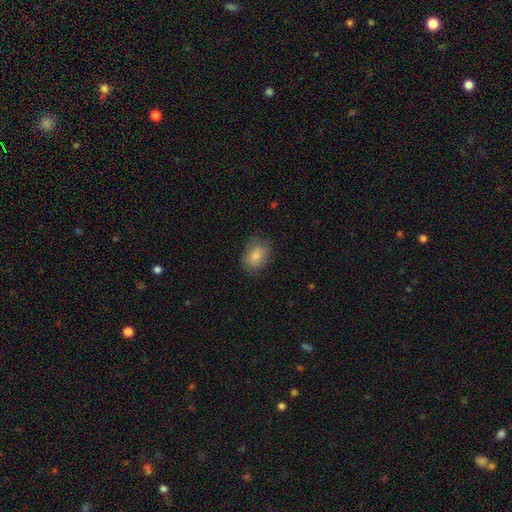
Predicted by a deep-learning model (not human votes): smooth_or_featured: smooth (p=0.82) [alt: featured or disk p=0.10]
how_rounded: in between (p=0.68) [alt: round p=0.31]
merging: none (p=0.76) [alt: minor disturbance p=0.18]